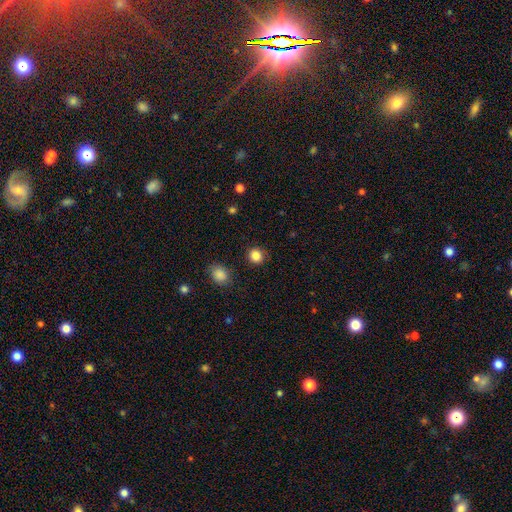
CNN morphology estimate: Smooth or featured? Predicted: smooth (p=0.85). How rounded? Predicted: round (p=0.83). Merging? Predicted: none (p=0.86).